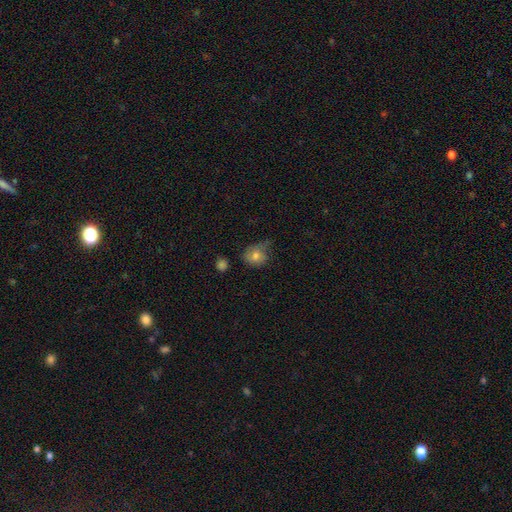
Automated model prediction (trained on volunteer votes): Smooth or featured?
  - smooth: 75% *
  - featured or disk: 14%
  - star or artifact: 11%
How rounded?
  - round: 65% *
  - in between: 34%
  - cigar-shaped: 1%
Merging?
  - none: 49% *
  - minor disturbance: 34%
  - major disturbance: 13%
  - merger: 4%